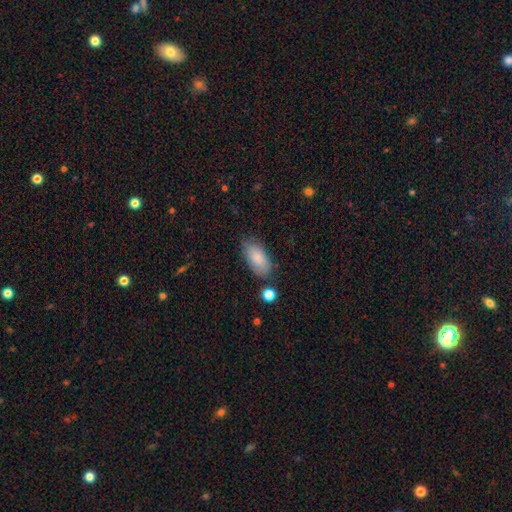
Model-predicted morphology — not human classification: Smooth or featured: smooth — 85% (featured or disk — 9%)
How rounded: in between — 92% (cigar-shaped — 6%)
Merging: none — 76% (minor disturbance — 17%)